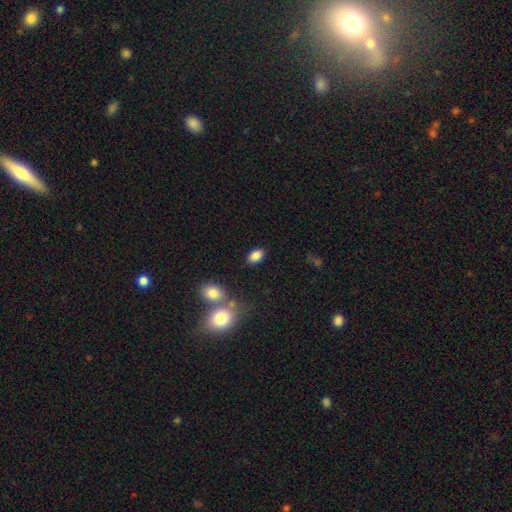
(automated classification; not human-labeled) Smooth or featured: smooth — 85% (star or artifact — 9%)
How rounded: in between — 89% (round — 9%)
Merging: none — 83% (minor disturbance — 10%)